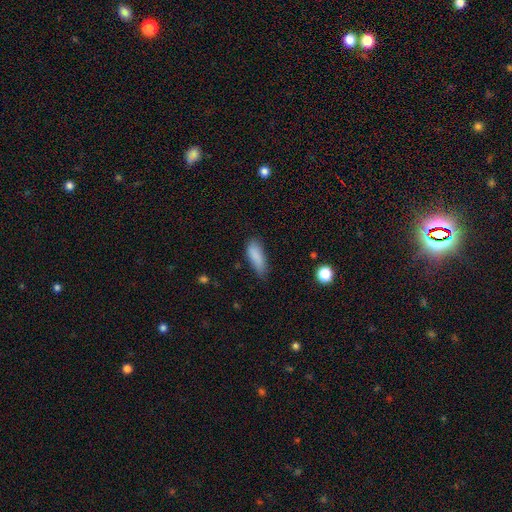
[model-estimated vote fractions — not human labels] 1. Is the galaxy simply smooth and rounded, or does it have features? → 85% smooth, 8% star or artifact, 7% featured or disk.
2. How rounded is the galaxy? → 64% in between, 34% cigar-shaped, 2% round.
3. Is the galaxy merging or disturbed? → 54% none, 36% minor disturbance, 8% major disturbance, 2% merger.